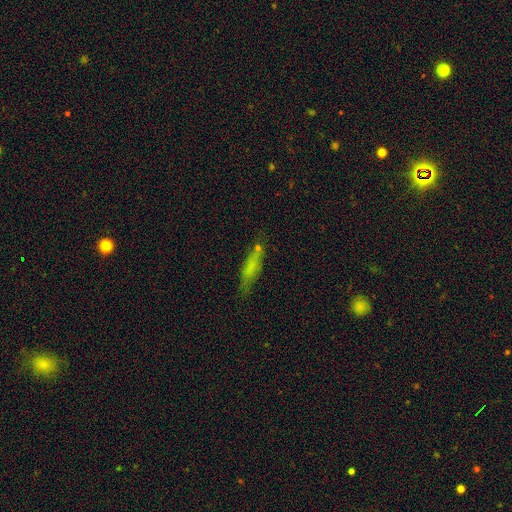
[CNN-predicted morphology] Q: Smooth or featured?
A: smooth (64%); runner-up: featured or disk (23%)
Q: How rounded?
A: cigar-shaped (72%); runner-up: in between (25%)
Q: Merging?
A: none (65%); runner-up: minor disturbance (22%)